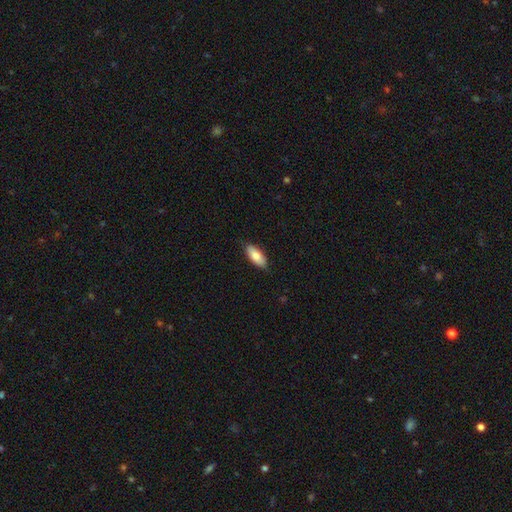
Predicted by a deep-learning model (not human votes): Smooth or featured?
  - smooth: 81% *
  - featured or disk: 13%
  - star or artifact: 6%
How rounded?
  - in between: 86% *
  - cigar-shaped: 12%
  - round: 2%
Merging?
  - none: 84% *
  - minor disturbance: 13%
  - major disturbance: 2%
  - merger: 1%